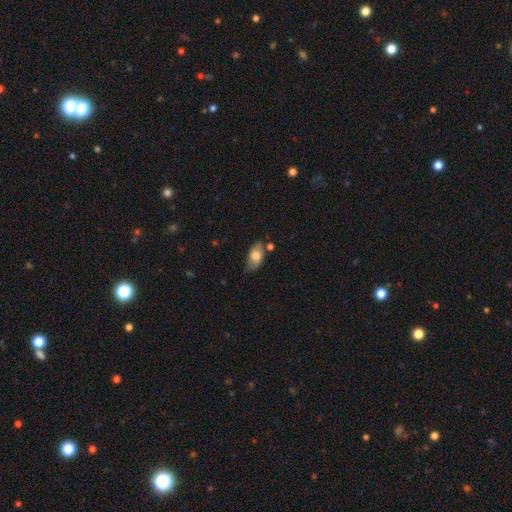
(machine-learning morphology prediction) A smooth galaxy with no disk features (72%) that is in between round and cigar-shaped (91%). Merging: none (62%).